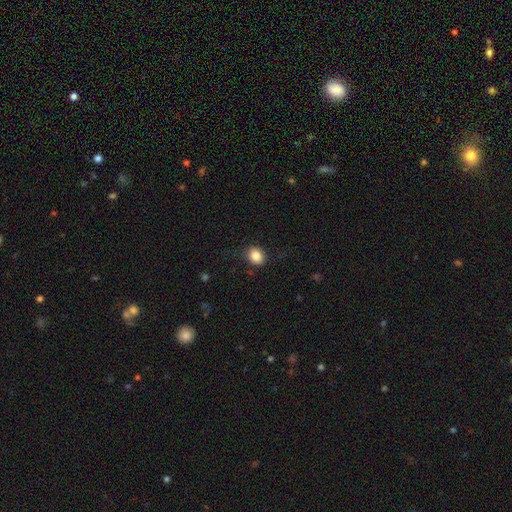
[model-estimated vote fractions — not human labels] A smooth galaxy with no disk features (86%) that is round (52%).

Vote fractions:
- Smooth or featured? smooth: 86% / star or artifact: 9% / featured or disk: 5%
- How rounded? round: 52% / in between: 47% / cigar-shaped: 1%
- Merging? none: 81% / minor disturbance: 14% / major disturbance: 4% / merger: 1%